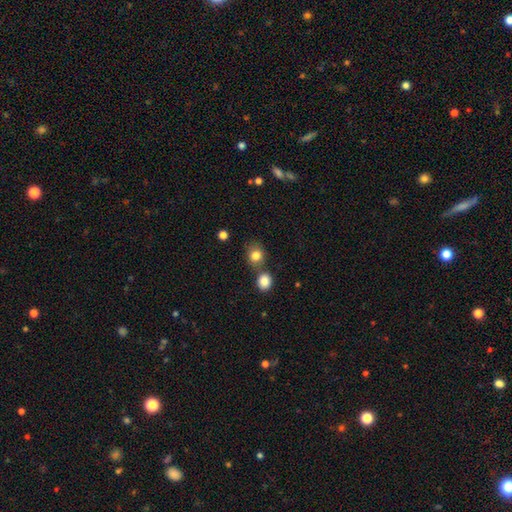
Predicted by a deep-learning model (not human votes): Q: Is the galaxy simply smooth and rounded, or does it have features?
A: smooth — 82%.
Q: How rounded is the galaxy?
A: round — 71%.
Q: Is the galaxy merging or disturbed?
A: none — 59%.